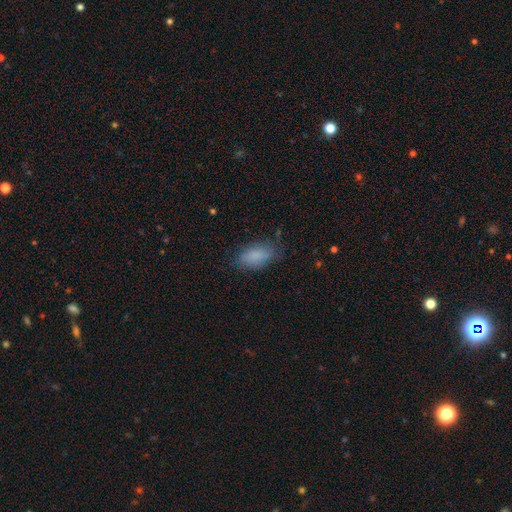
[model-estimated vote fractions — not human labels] This appears to be a smooth galaxy with no disk features (85%) that is in between round and cigar-shaped (90%). Merging: none (73%).